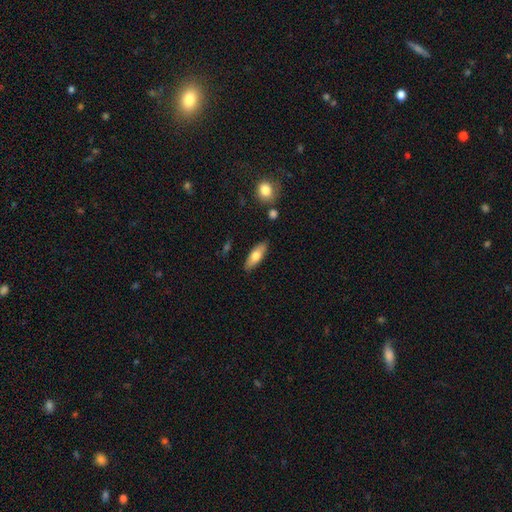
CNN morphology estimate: smooth 69%, featured or disk 25%, star or artifact 6%. Down the decision tree: how rounded — in between (61%); merging — none (87%).